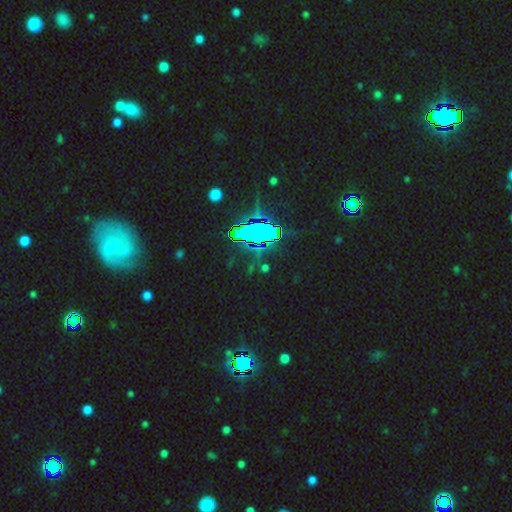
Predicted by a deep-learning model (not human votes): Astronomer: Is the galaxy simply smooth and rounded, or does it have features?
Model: star or artifact — 77%.